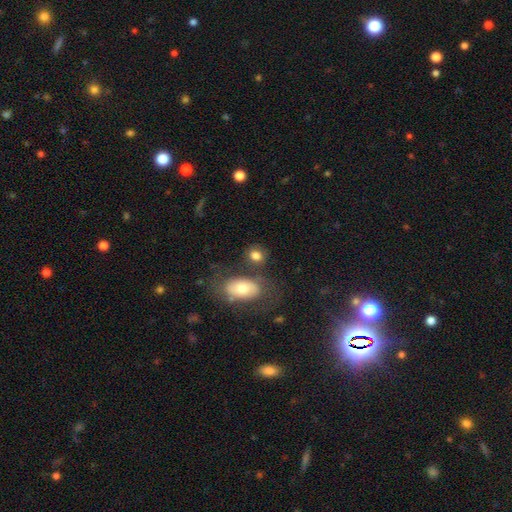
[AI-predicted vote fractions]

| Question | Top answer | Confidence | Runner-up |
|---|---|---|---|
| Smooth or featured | smooth | 78% | featured or disk (13%) |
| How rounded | in between | 49% | tied: round (49%) |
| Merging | none | 64% | merger (16%) |